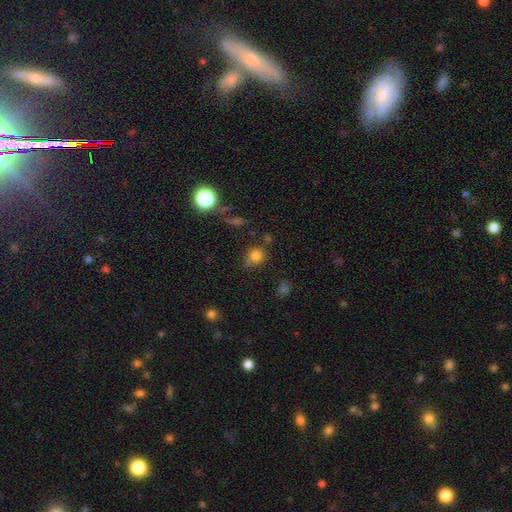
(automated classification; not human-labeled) A smooth galaxy with no disk features (78%) that is round (79%).

Vote fractions:
- Smooth or featured? smooth: 78% / star or artifact: 15% / featured or disk: 7%
- How rounded? round: 79% / in between: 19% / cigar-shaped: 2%
- Merging? none: 64% / minor disturbance: 22% / merger: 7% / major disturbance: 7%